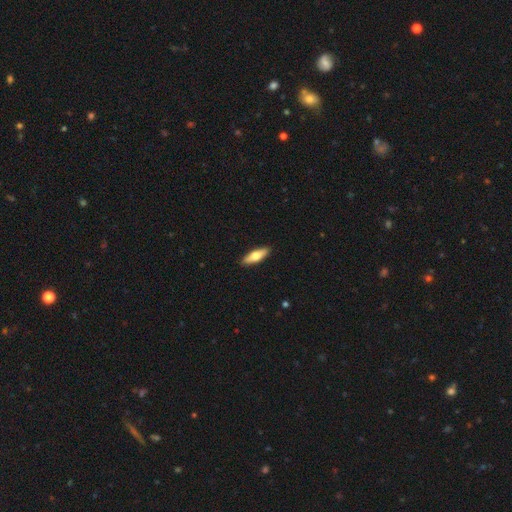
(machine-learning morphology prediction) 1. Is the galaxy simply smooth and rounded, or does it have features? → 63% smooth, 32% featured or disk, 5% star or artifact.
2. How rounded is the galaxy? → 51% in between, 47% cigar-shaped, 2% round.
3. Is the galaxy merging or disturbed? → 90% none, 7% minor disturbance, 2% major disturbance, 1% merger.